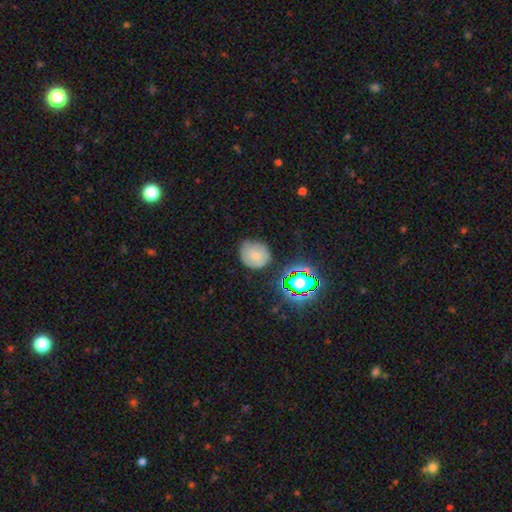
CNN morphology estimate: smooth 63%, featured or disk 22%, star or artifact 15%. Down the decision tree: how rounded — round (80%); merging — none (67%).